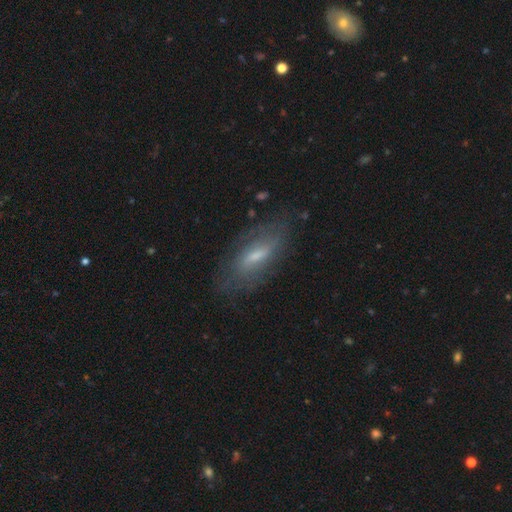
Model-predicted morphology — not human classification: smooth-or-featured: featured or disk: 54% | smooth: 37% | star or artifact: 9%
  disk-edge-on: no: 76% | yes: 24%
  merging: none: 74% | minor disturbance: 18% | major disturbance: 7% | merger: 2%